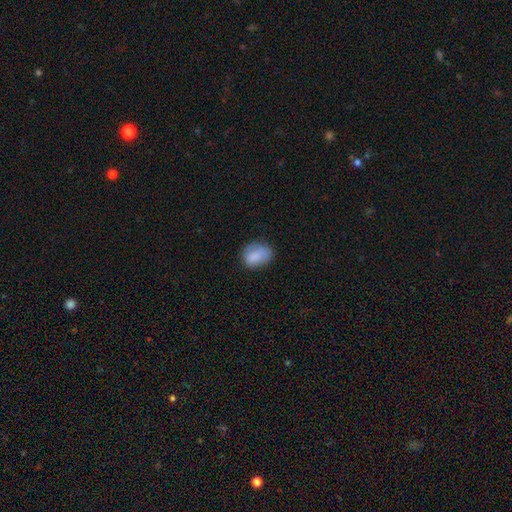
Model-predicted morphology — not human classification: Smooth or featured?
  - smooth: 82% *
  - featured or disk: 10%
  - star or artifact: 8%
How rounded?
  - in between: 68% *
  - round: 30%
  - cigar-shaped: 1%
Merging?
  - none: 62% *
  - minor disturbance: 27%
  - major disturbance: 9%
  - merger: 2%